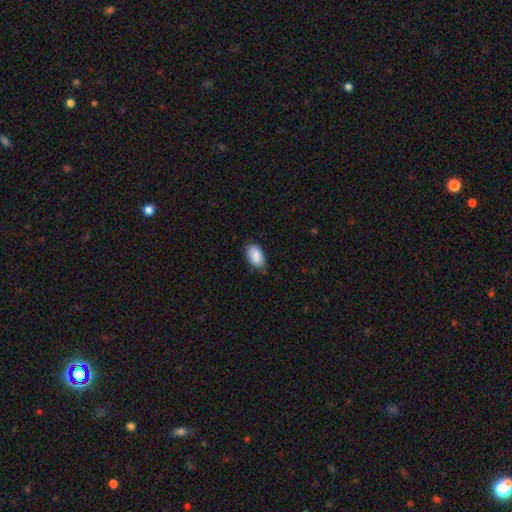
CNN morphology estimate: smooth-or-featured: smooth: 88% | star or artifact: 6% | featured or disk: 5%
  how-rounded: in between: 93% | round: 5% | cigar-shaped: 2%
  merging: none: 63% | minor disturbance: 31% | major disturbance: 4% | merger: 1%